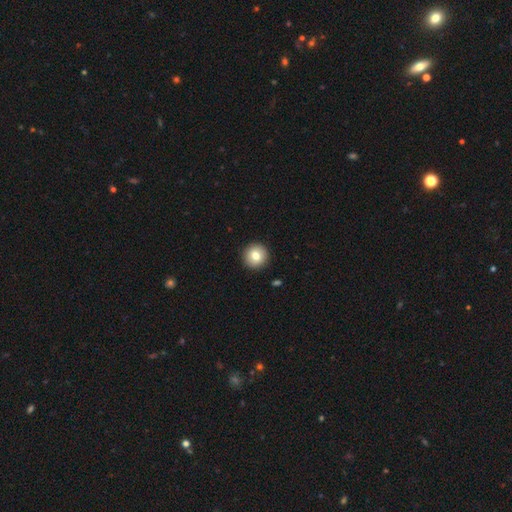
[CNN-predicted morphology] This appears to be a smooth galaxy with no disk features (80%) that is round (95%). Merging: none (93%).